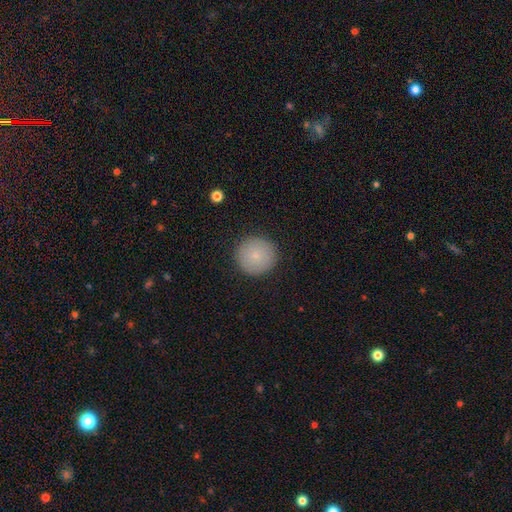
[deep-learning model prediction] Overall: smooth (83%). How rounded: round (95%). Merging: none (91%).